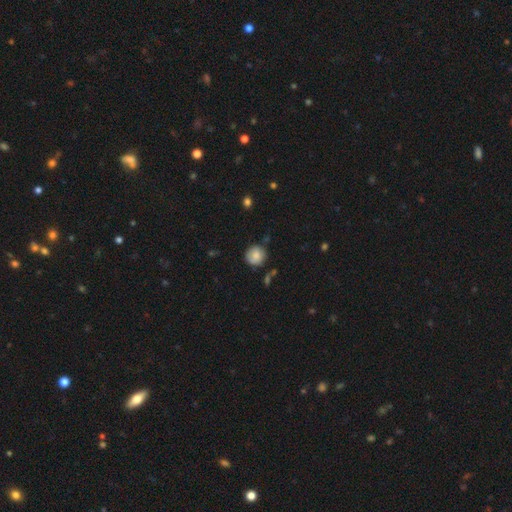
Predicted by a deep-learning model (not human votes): Morphology: type=smooth (82%); roundness=round (92%); merging=none (78%).